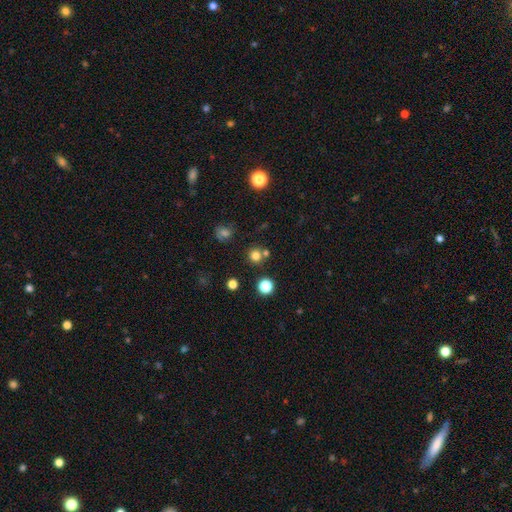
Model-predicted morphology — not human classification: Q: Smooth or featured?
A: smooth (74%); runner-up: star or artifact (19%)
Q: How rounded?
A: round (92%); runner-up: in between (7%)
Q: Merging?
A: none (73%); runner-up: merger (17%)